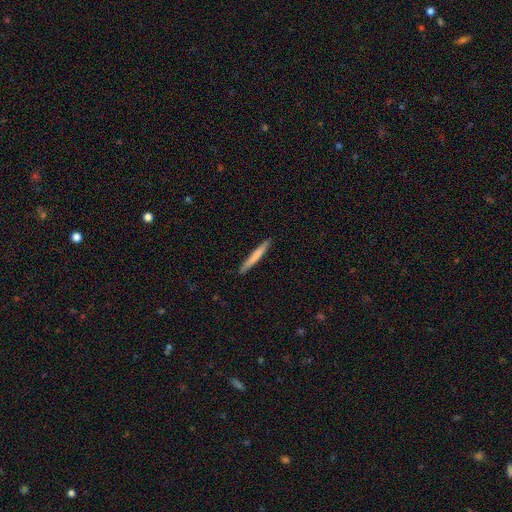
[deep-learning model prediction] Overall: smooth (71%). How rounded: cigar-shaped (97%). Merging: none (91%).